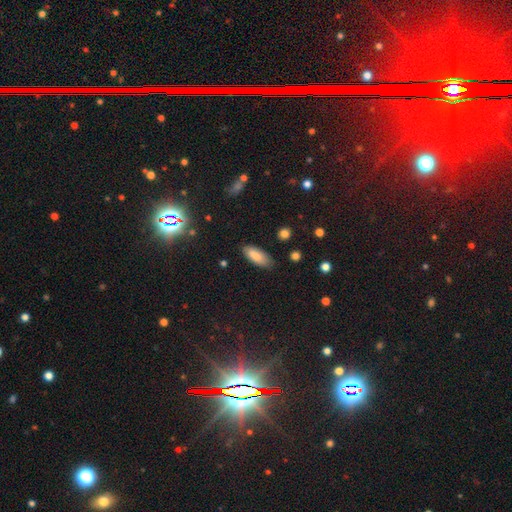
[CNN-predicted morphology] Overall: smooth (85%). How rounded: in between (80%). Merging: none (79%).